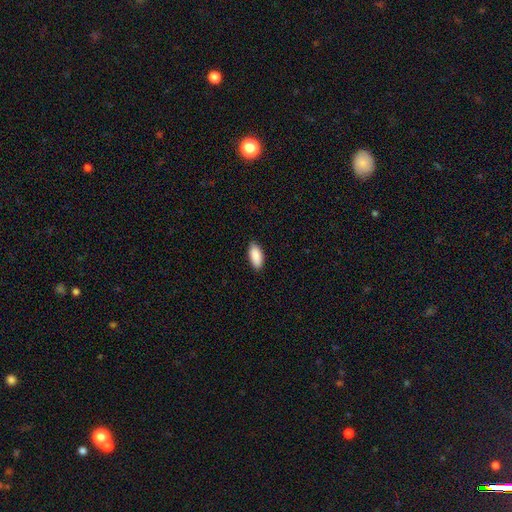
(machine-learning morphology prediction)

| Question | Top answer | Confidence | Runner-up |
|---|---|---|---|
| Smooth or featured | smooth | 91% | star or artifact (6%) |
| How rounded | in between | 90% | cigar-shaped (8%) |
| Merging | none | 88% | minor disturbance (9%) |